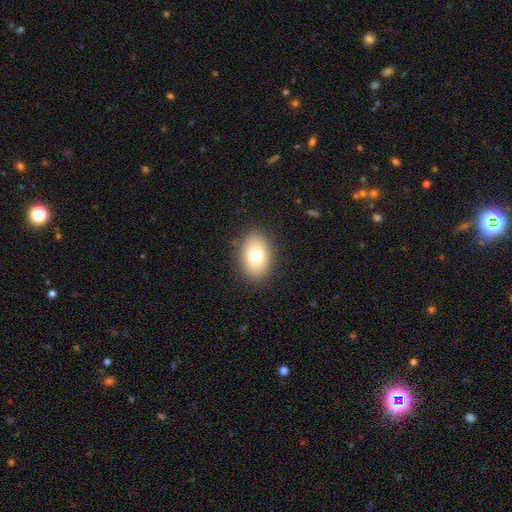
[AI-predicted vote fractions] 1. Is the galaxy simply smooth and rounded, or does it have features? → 74% smooth, 16% featured or disk, 10% star or artifact.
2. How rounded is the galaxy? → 78% in between, 21% round, 1% cigar-shaped.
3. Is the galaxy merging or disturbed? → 87% none, 9% minor disturbance, 3% major disturbance, 1% merger.